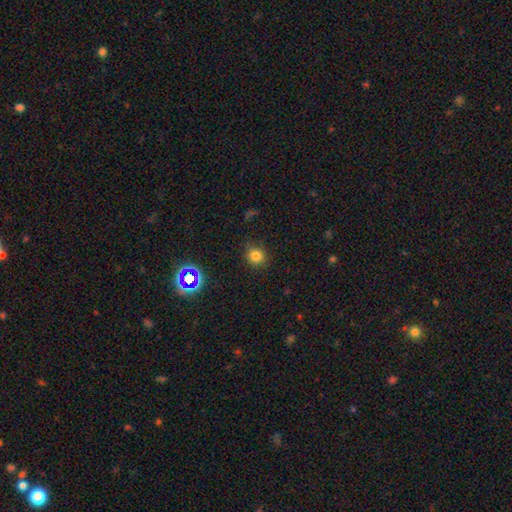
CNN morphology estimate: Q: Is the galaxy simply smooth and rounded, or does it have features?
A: smooth — 78%.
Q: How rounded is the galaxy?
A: round — 85%.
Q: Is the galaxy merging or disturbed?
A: none — 84%.